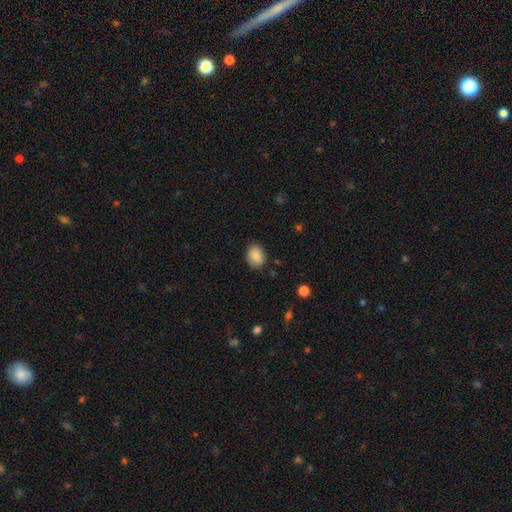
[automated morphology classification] Smooth or featured?
  - smooth: 86% *
  - star or artifact: 8%
  - featured or disk: 6%
How rounded?
  - in between: 69% *
  - round: 30%
  - cigar-shaped: 1%
Merging?
  - none: 83% *
  - minor disturbance: 13%
  - major disturbance: 3%
  - merger: 1%